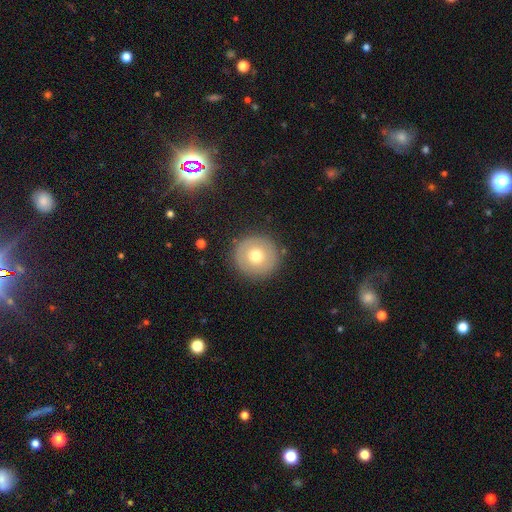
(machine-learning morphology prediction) smooth_or_featured: smooth (p=0.67) [alt: featured or disk p=0.24]
how_rounded: round (p=0.95) [alt: in between p=0.04]
merging: none (p=0.89) [alt: minor disturbance p=0.07]